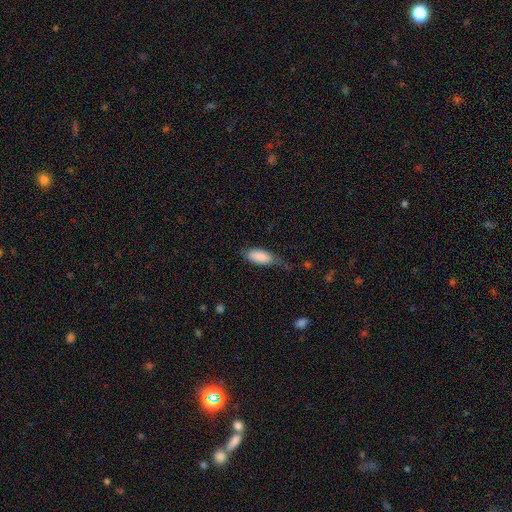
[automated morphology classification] type=smooth (84%); roundness=in between (85%); merging=none (42%).